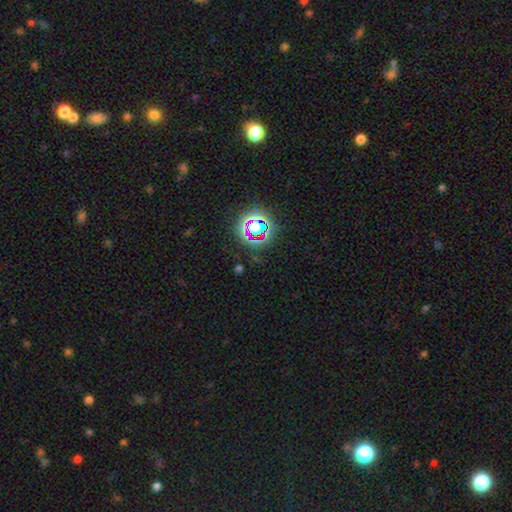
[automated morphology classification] A star or artifact, not a galaxy (73%).